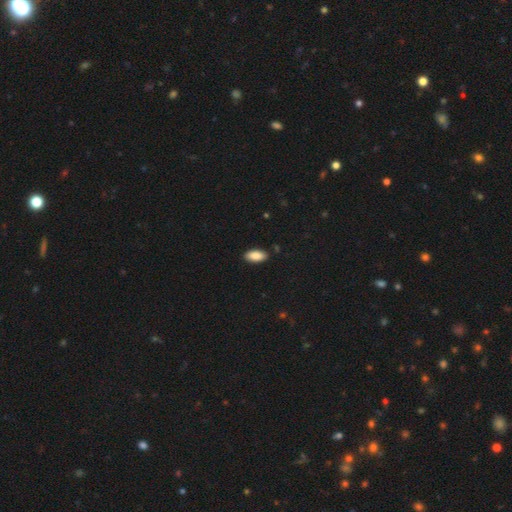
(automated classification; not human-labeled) The model was most divided on "merging": none: 88%, minor disturbance: 9%, major disturbance: 2%, merger: 1%. More confident: how rounded — in between (92%); smooth or featured — smooth (88%).